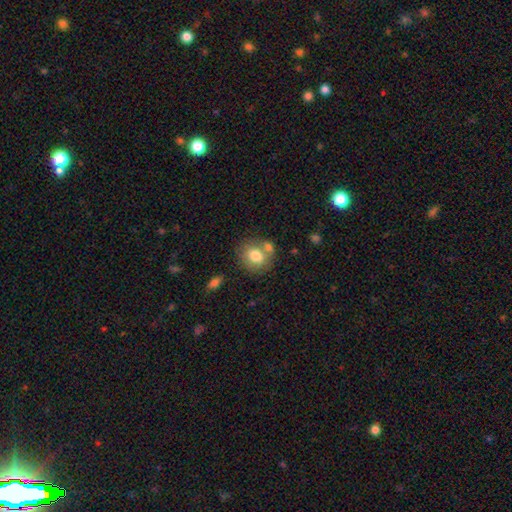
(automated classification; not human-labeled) Morphology: type=smooth (76%); roundness=round (65%); merging=none (59%).